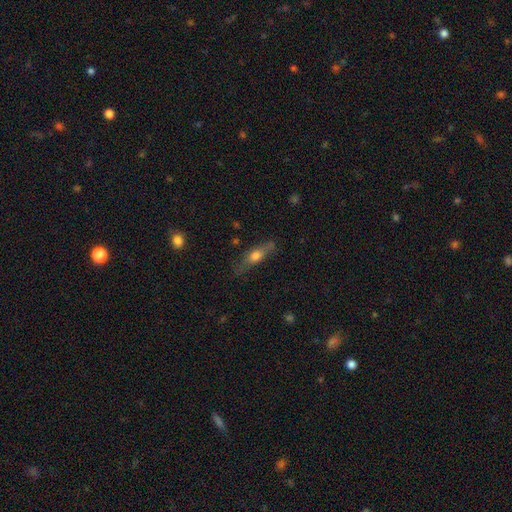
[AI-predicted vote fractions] Morphology: type=smooth (54%); roundness=cigar-shaped (59%); merging=none (70%).